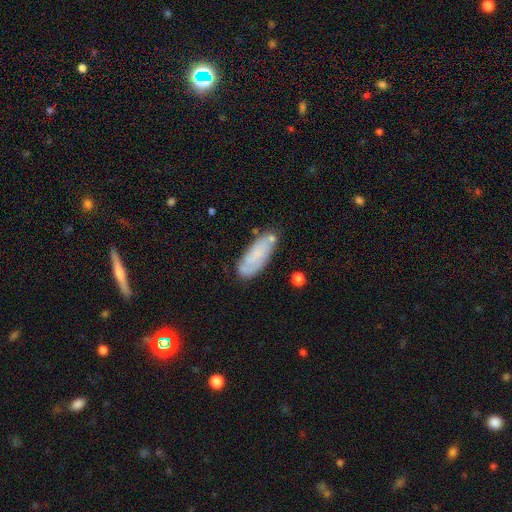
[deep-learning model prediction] smooth_or_featured: smooth (p=0.55) [alt: featured or disk p=0.37]
how_rounded: in between (p=0.67) [alt: cigar-shaped p=0.31]
merging: none (p=0.64) [alt: minor disturbance p=0.22]